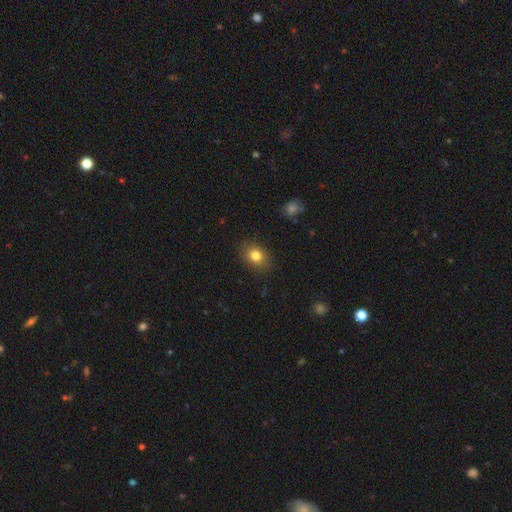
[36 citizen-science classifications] smooth-or-featured: smooth: 89% | featured or disk: 11% | star or artifact: 0%
  how-rounded: in between: 81% | round: 19% | cigar-shaped: 0%
  merging: none: 94% | minor disturbance: 6% | major disturbance: 0% | merger: 0%